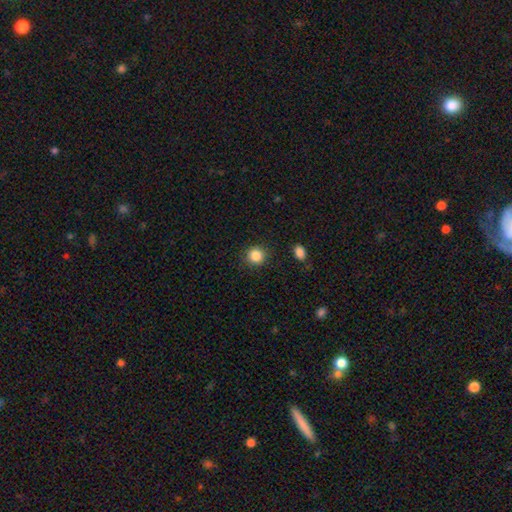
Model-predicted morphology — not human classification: The model was most divided on "smooth or featured": smooth: 86%, star or artifact: 10%, featured or disk: 4%. More confident: how rounded — round (91%); merging — none (89%).